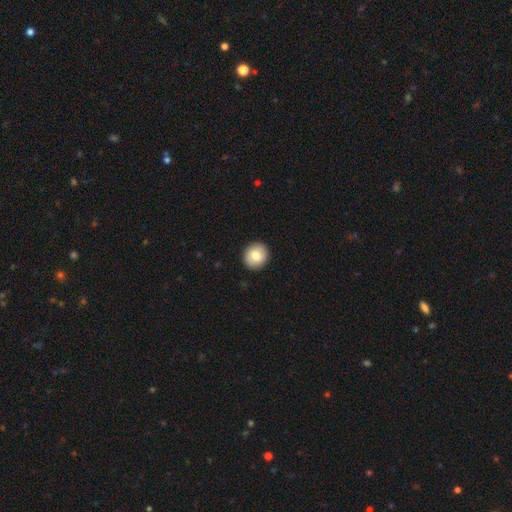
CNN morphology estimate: smooth_or_featured: smooth (p=0.79) [alt: featured or disk p=0.14]
how_rounded: round (p=0.86) [alt: in between p=0.13]
merging: none (p=0.92) [alt: minor disturbance p=0.06]